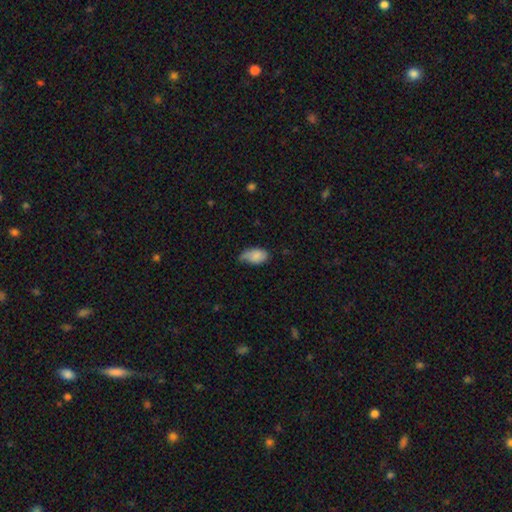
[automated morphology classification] This appears to be a smooth galaxy with no disk features (80%) that is in between round and cigar-shaped (92%). Merging: minor disturbance (46%).